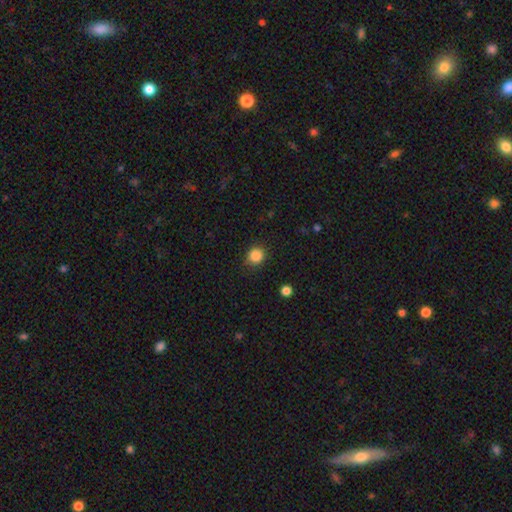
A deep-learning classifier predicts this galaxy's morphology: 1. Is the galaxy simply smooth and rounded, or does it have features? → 86% smooth, 11% star or artifact, 3% featured or disk.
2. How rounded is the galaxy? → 86% round, 13% in between, 1% cigar-shaped.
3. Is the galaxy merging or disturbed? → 87% none, 9% minor disturbance, 3% major disturbance, 1% merger.